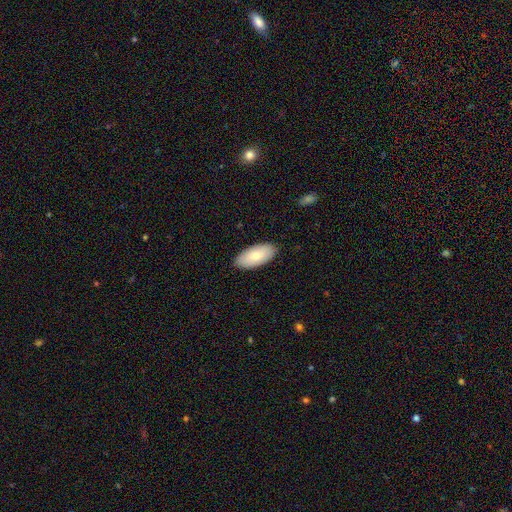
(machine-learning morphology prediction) smooth_or_featured: smooth (p=0.75) [alt: featured or disk p=0.19]
how_rounded: in between (p=0.94) [alt: cigar-shaped p=0.04]
merging: none (p=0.88) [alt: minor disturbance p=0.09]